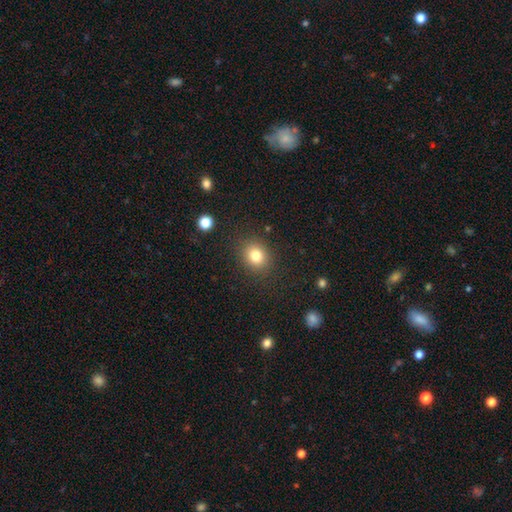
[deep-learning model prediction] Q: Smooth or featured?
A: smooth (81%); runner-up: star or artifact (12%)
Q: How rounded?
A: round (69%); runner-up: in between (30%)
Q: Merging?
A: none (86%); runner-up: minor disturbance (9%)